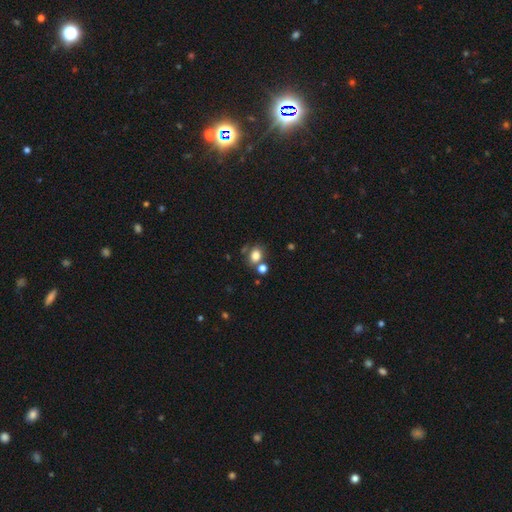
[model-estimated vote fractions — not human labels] This appears to be a smooth galaxy with no disk features (80%) that is in between round and cigar-shaped (50%). Merging: none (64%).